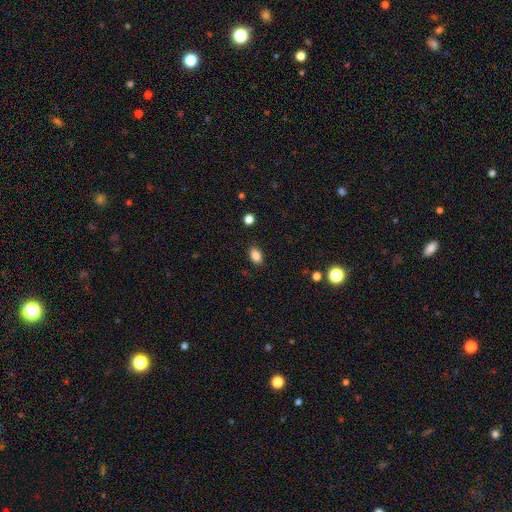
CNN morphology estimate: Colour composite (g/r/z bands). It shows a smooth galaxy with no disk features (86%) that is in between round and cigar-shaped (85%). Merging: none (87%).